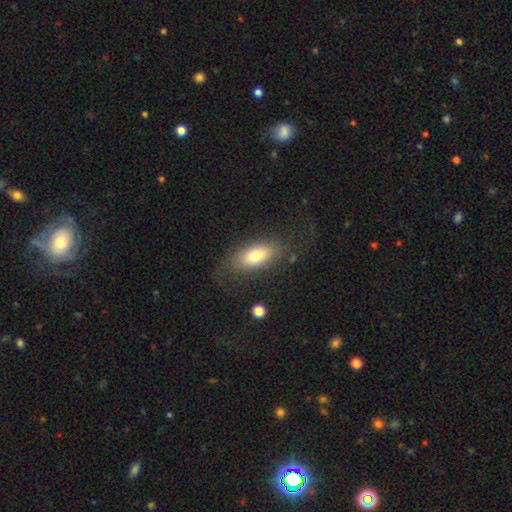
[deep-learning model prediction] Smooth or featured: smooth — 72% (featured or disk — 19%)
How rounded: in between — 86% (cigar-shaped — 8%)
Merging: none — 70% (minor disturbance — 17%)